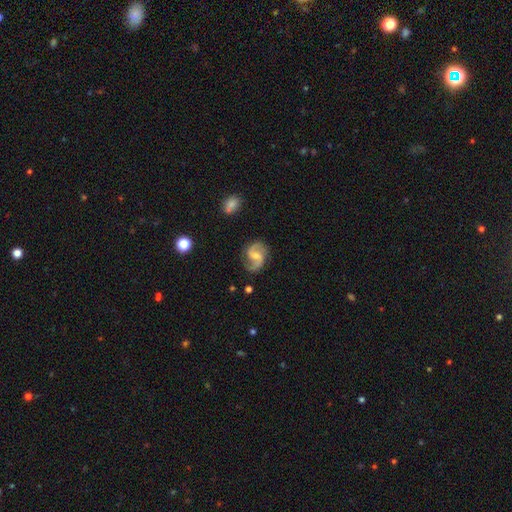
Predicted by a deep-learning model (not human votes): Smooth or featured? Predicted: featured or disk (p=0.88). Edge-on disk? Predicted: no (p=0.98). Bar? Predicted: weak (p=0.54). Spiral arms? Predicted: yes (p=0.97). Spiral winding? Predicted: medium (p=0.55). Spiral arm count? Predicted: 2 (p=0.93). Bulge size? Predicted: small (p=0.51). Merging? Predicted: none (p=0.79).